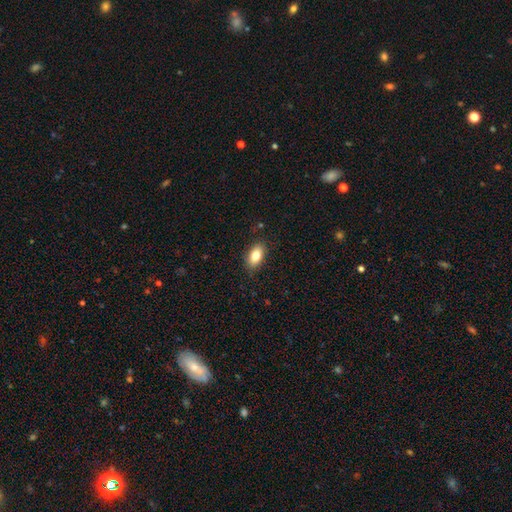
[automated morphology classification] Smooth or featured? Predicted: smooth (p=0.82). How rounded? Predicted: in between (p=0.90). Merging? Predicted: none (p=0.86).